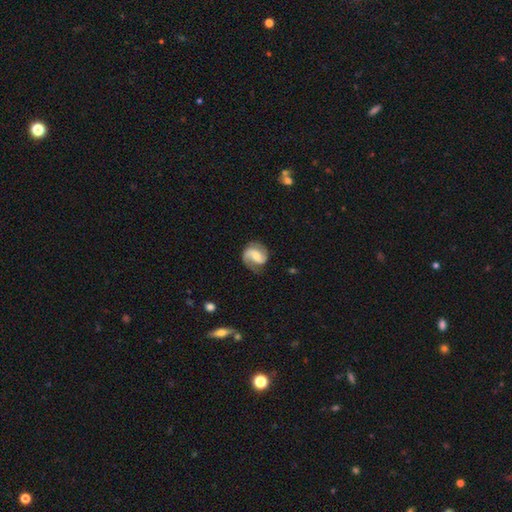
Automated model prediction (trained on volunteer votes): This is clearly a featured or disk galaxy (82%). It is clearly not viewed edge-on (98%). Bar: marginally weak (45%). Spiral arm pattern: clearly yes (96%). Spiral arm count: clearly 2 (86%). Spiral winding: possibly medium (48%). Central bulge: possibly moderate (46%). Merging: likely none (74%).